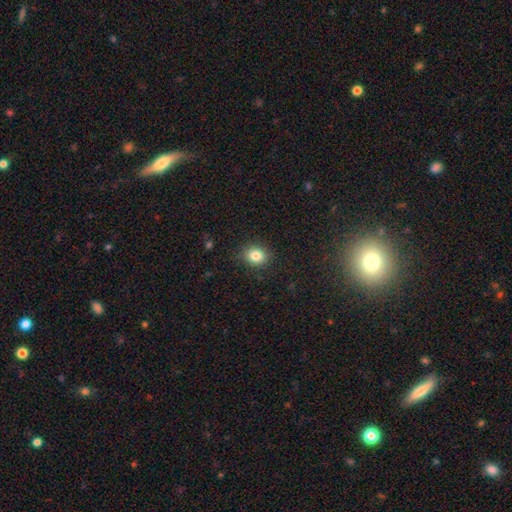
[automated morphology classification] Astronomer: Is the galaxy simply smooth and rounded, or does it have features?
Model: smooth — 83%.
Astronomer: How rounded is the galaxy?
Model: round — 70%.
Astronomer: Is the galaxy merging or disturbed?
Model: none — 88%.